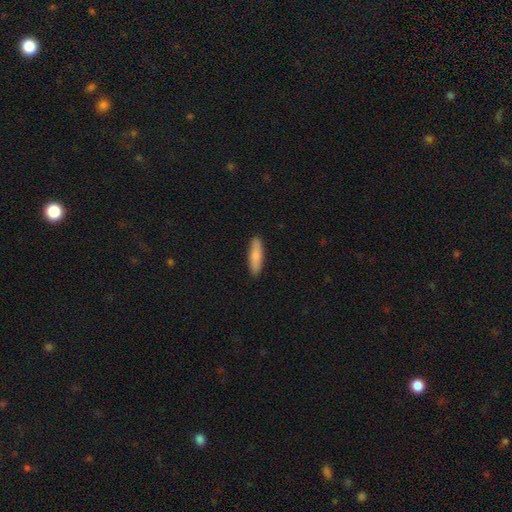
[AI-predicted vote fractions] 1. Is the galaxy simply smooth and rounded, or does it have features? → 83% smooth, 12% featured or disk, 5% star or artifact.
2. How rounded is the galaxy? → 60% cigar-shaped, 39% in between, 2% round.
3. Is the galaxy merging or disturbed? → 89% none, 8% minor disturbance, 2% major disturbance, 1% merger.